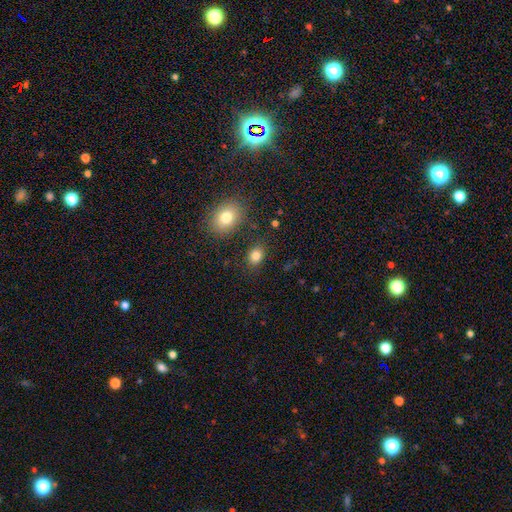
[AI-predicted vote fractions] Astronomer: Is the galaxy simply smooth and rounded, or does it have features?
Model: smooth — 83%.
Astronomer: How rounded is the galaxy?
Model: in between — 60% (runner-up: round, 39%).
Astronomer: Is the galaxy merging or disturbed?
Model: none — 84%.